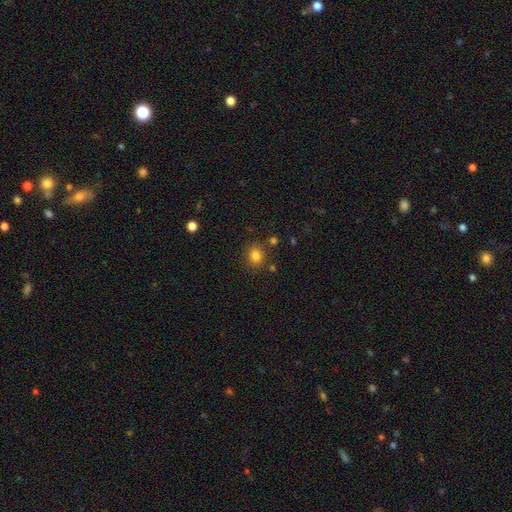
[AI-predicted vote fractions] The model was most divided on "how rounded": round: 65%, in between: 35%, cigar-shaped: 1%. More confident: merging — none (83%); smooth or featured — smooth (82%).